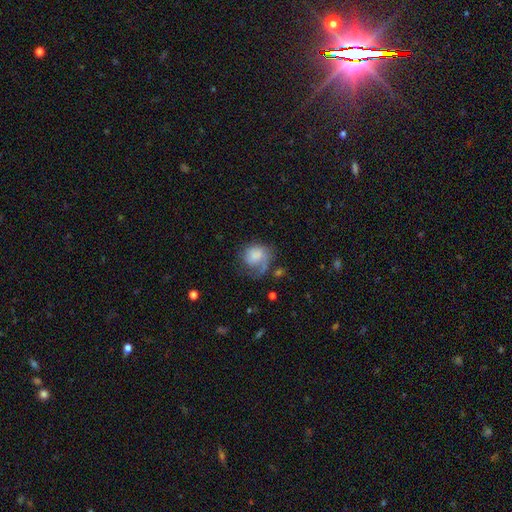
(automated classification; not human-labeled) Overall: smooth (61%; featured or disk 31%). How rounded: round (63%; in between 36%). Merging: none (35%, tied with major disturbance).